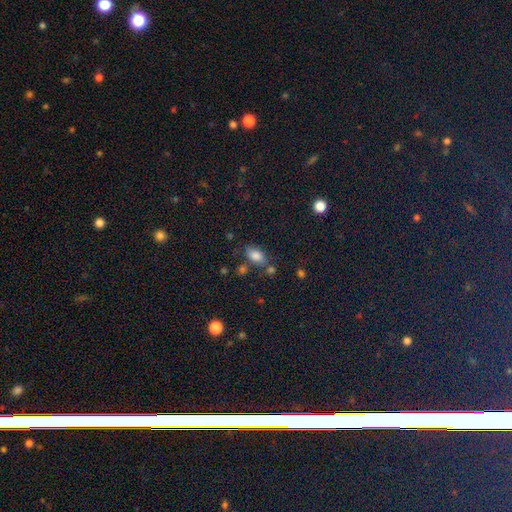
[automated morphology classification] This appears to be a smooth galaxy with no disk features (81%) that is in between round and cigar-shaped (87%). Merging: none (65%).